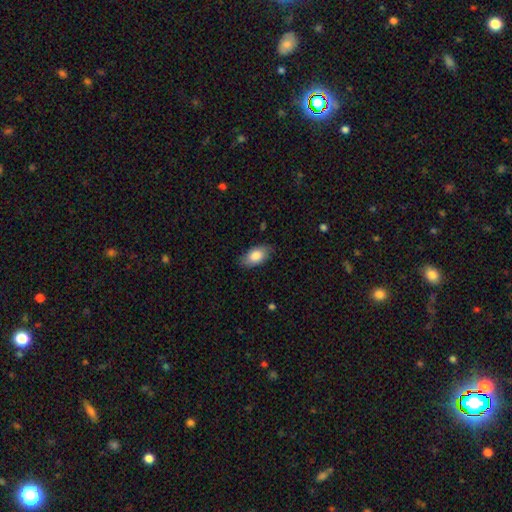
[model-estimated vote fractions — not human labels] Smooth or featured?
  - smooth: 84% *
  - featured or disk: 10%
  - star or artifact: 6%
How rounded?
  - in between: 93% *
  - round: 4%
  - cigar-shaped: 3%
Merging?
  - none: 84% *
  - minor disturbance: 13%
  - major disturbance: 3%
  - merger: 1%